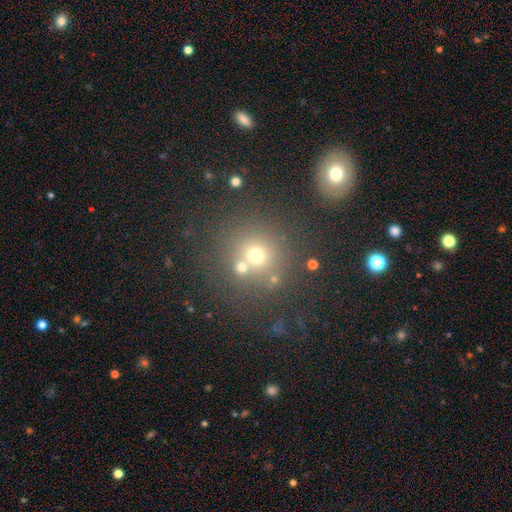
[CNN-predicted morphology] Smooth or featured? smooth (64%)
How rounded? round (89%)
Merging? none (65%)